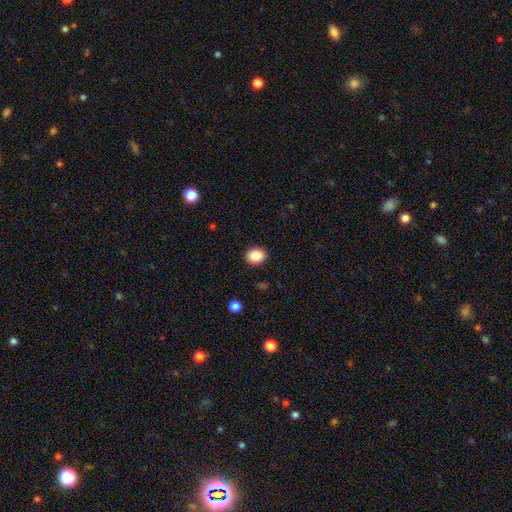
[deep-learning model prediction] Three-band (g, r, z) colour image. It shows a smooth galaxy with no disk features (88%) that is round (54%). Merging: none (90%).